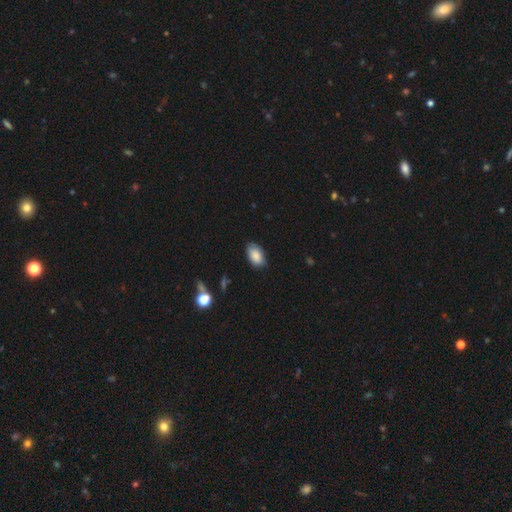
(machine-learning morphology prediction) smooth_or_featured: smooth (p=0.86) [alt: star or artifact p=0.07]
how_rounded: in between (p=0.92) [alt: round p=0.07]
merging: none (p=0.74) [alt: minor disturbance p=0.21]